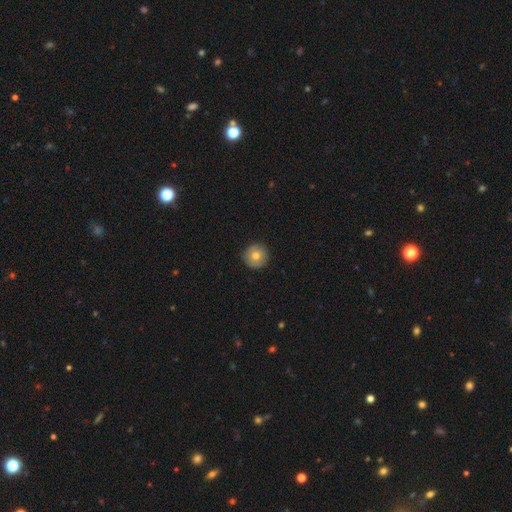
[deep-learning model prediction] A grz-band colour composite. It shows a smooth galaxy with no disk features (75%) that is round (96%). Merging: none (90%).